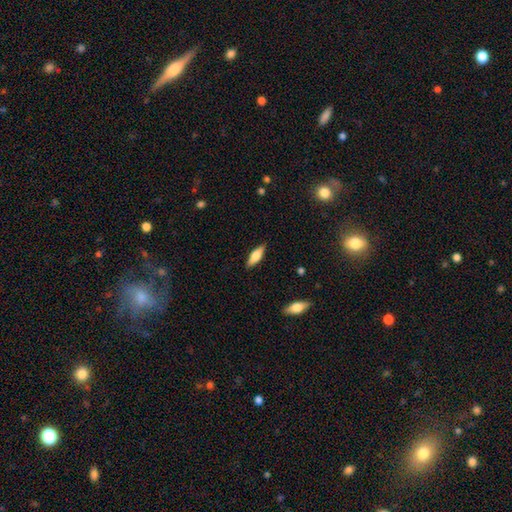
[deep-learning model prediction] A smooth galaxy with no disk features (66%) that is in between round and cigar-shaped (58%).

Vote fractions:
- Smooth or featured? smooth: 66% / featured or disk: 28% / star or artifact: 6%
- How rounded? in between: 58% / cigar-shaped: 39% / round: 2%
- Merging? none: 87% / minor disturbance: 10% / major disturbance: 2% / merger: 1%